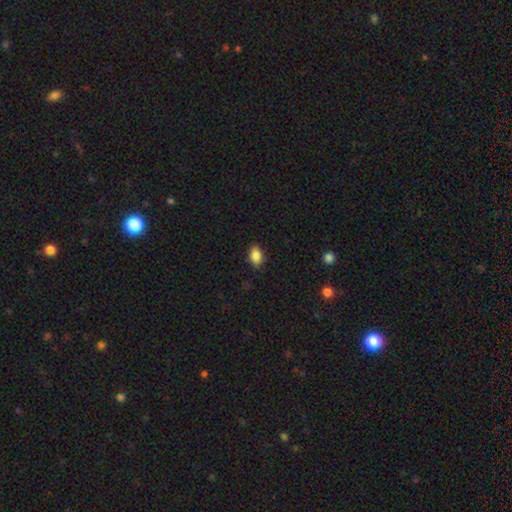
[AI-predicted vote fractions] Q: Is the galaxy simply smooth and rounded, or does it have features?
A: smooth — 85%.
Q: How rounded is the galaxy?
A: in between — 84%.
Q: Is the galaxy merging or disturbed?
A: none — 83%.